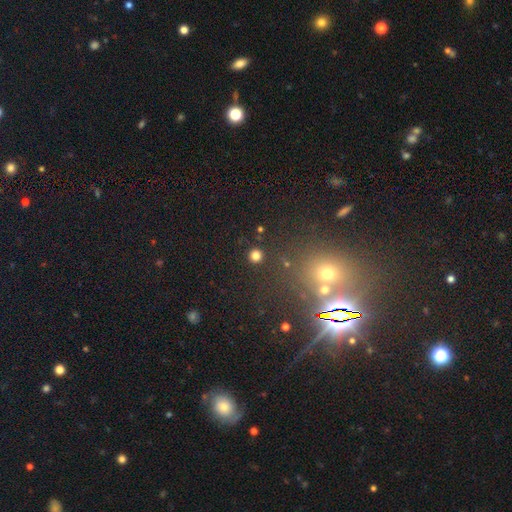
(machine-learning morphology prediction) A smooth galaxy with no disk features (80%) that is round (93%). Merging: none (89%).